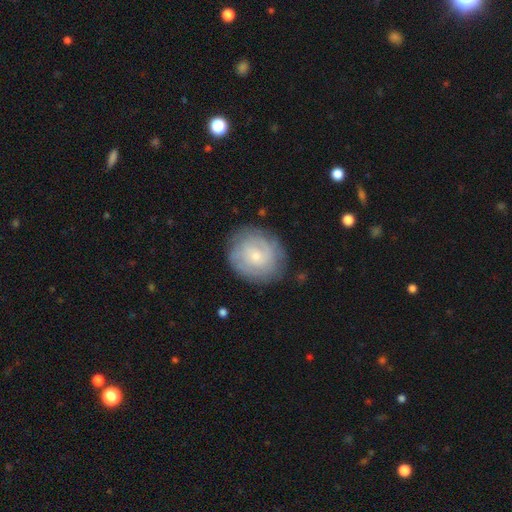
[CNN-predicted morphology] This is possibly a featured or disk galaxy (58%). It is clearly not viewed edge-on (97%). Bar: likely no (72%). Spiral arm pattern: likely yes (79%). Central bulge: likely small (68%). Merging: clearly none (80%).